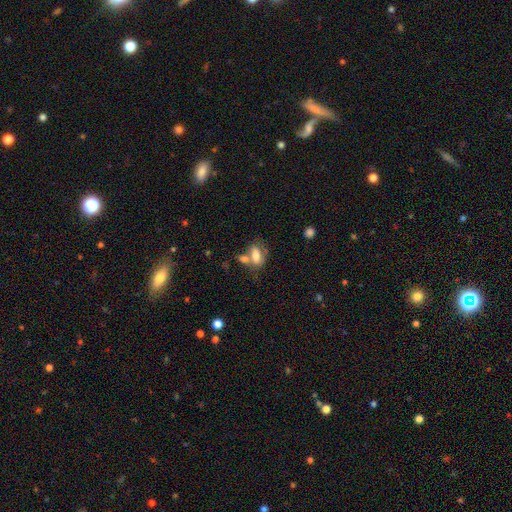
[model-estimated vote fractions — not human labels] This is likely a smooth galaxy (65%). How rounded: clearly in between (84%). Merging: marginally merger (44%).